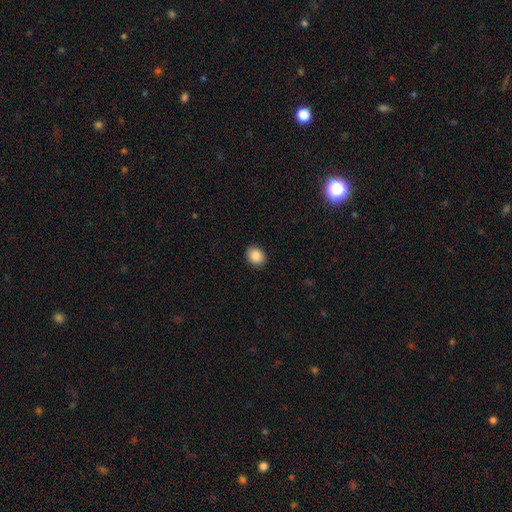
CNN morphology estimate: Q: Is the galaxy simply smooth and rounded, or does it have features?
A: smooth — 88%.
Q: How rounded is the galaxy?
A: round — 59%.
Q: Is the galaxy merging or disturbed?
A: none — 90%.